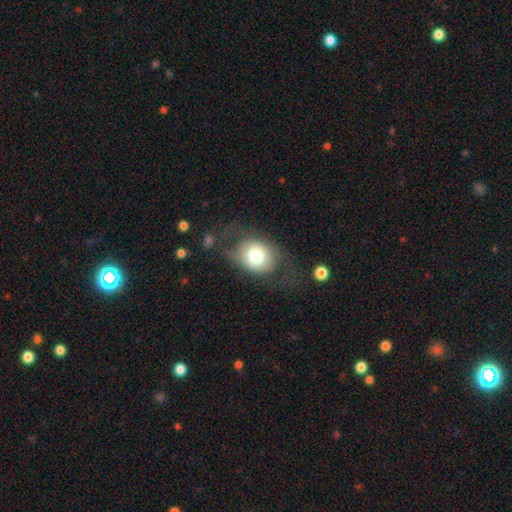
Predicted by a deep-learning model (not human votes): smooth 69%, featured or disk 23%, star or artifact 8%. Down the decision tree: how rounded — in between (58%); merging — none (57%).